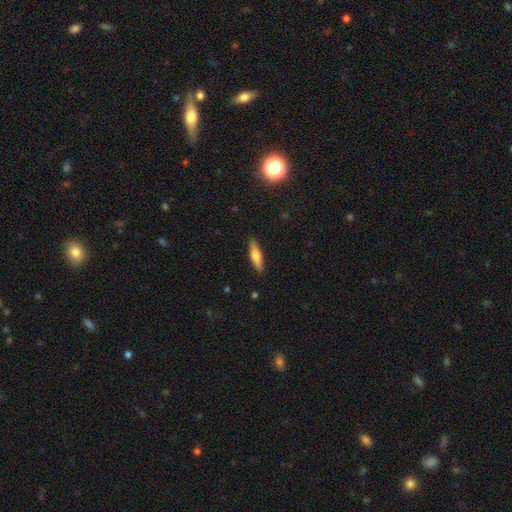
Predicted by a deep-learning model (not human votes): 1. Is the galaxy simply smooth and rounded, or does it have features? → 56% smooth, 37% featured or disk, 6% star or artifact.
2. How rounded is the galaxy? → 74% cigar-shaped, 24% in between, 2% round.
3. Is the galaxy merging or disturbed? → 89% none, 8% minor disturbance, 2% major disturbance, 1% merger.